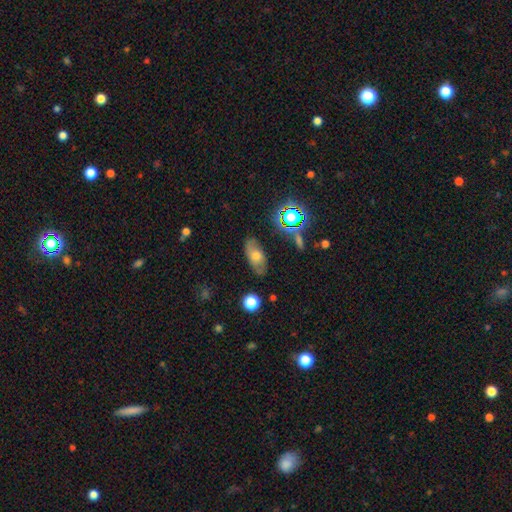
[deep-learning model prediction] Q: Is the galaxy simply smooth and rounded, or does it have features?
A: smooth — 56%.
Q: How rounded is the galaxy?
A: in between — 86%.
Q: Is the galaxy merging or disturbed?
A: none — 76%.